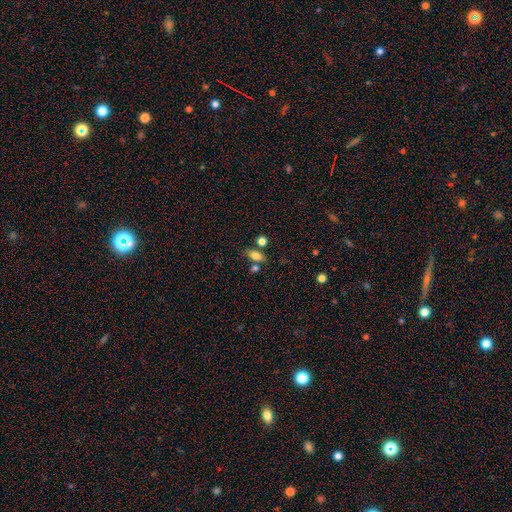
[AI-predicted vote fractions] smooth_or_featured: smooth (p=0.79) [alt: featured or disk p=0.11]
how_rounded: in between (p=0.83) [alt: round p=0.10]
merging: none (p=0.65) [alt: merger p=0.17]